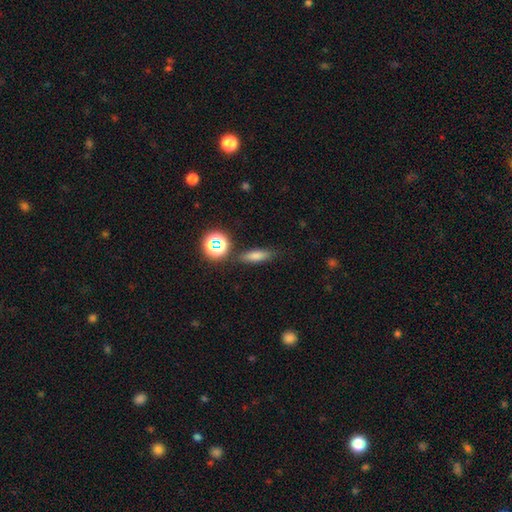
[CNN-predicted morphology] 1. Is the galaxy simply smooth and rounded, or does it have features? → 67% smooth, 19% star or artifact, 15% featured or disk.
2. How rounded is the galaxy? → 46% cigar-shaped, 44% in between, 9% round.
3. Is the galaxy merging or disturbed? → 82% none, 11% minor disturbance, 3% merger, 3% major disturbance.